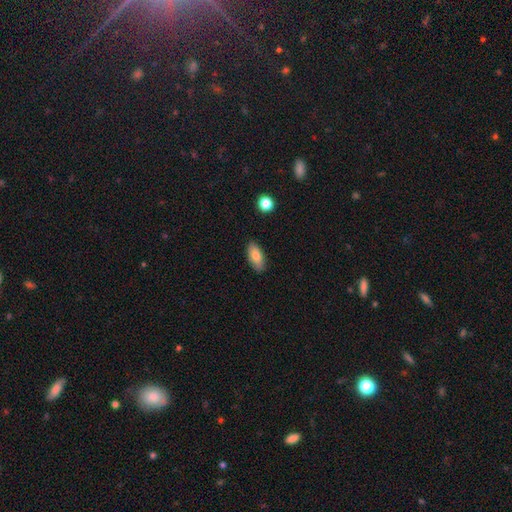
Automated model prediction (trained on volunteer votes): Smooth or featured? smooth (82%)
How rounded? in between (89%)
Merging? none (86%)